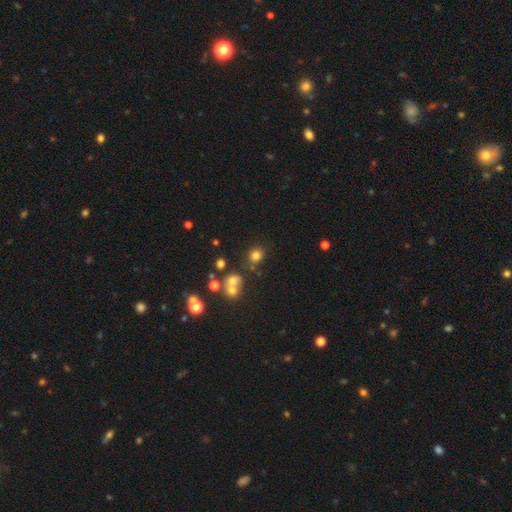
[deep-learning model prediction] Smooth or featured? Predicted: smooth (p=0.76). How rounded? Predicted: round (p=0.83). Merging? Predicted: none (p=0.76).